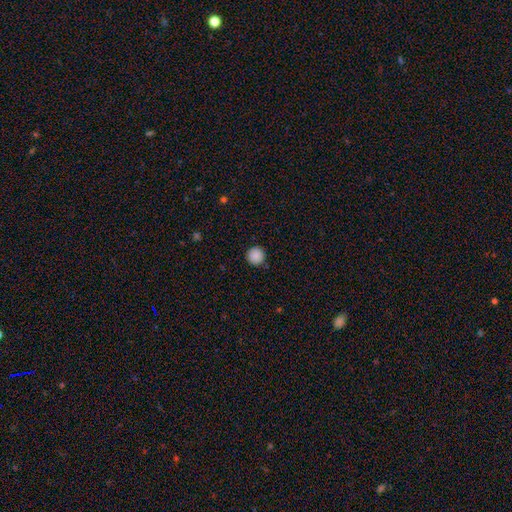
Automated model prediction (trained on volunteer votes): smooth 87%, star or artifact 9%, featured or disk 4%. Down the decision tree: how rounded — round (96%); merging — none (91%).